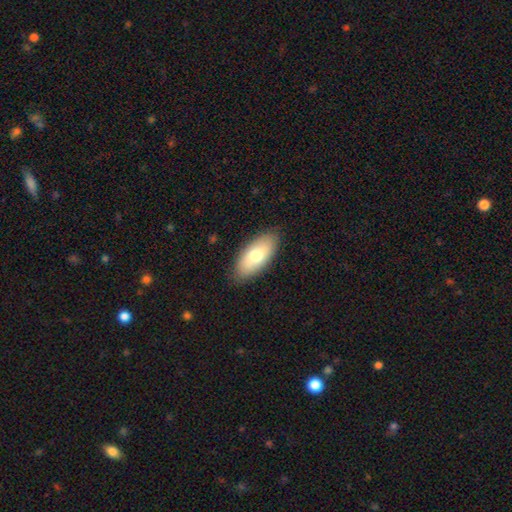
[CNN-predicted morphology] Smooth or featured? Predicted: smooth (p=0.73). How rounded? Predicted: in between (p=0.89). Merging? Predicted: none (p=0.86).